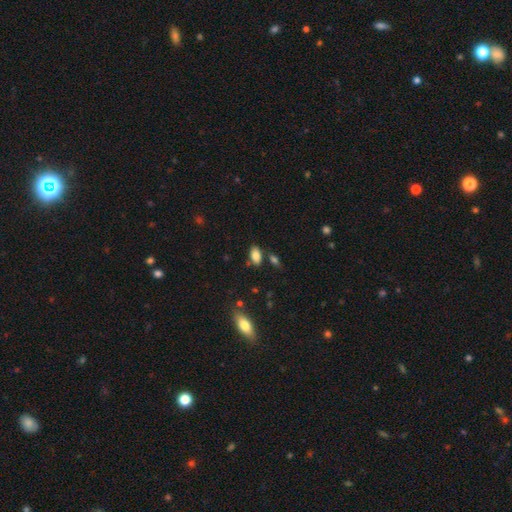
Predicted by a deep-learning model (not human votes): Q: Smooth or featured?
A: smooth (83%); runner-up: star or artifact (9%)
Q: How rounded?
A: in between (92%); runner-up: round (5%)
Q: Merging?
A: none (76%); runner-up: minor disturbance (13%)